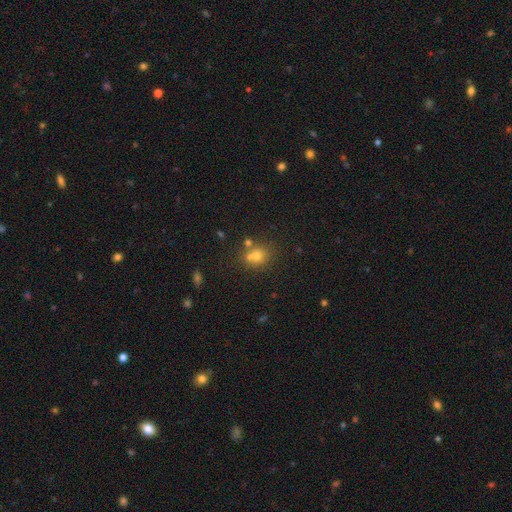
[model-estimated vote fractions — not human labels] Smooth or featured: smooth — 67% (star or artifact — 21%)
How rounded: round — 75% (in between — 24%)
Merging: none — 54% (merger — 32%)